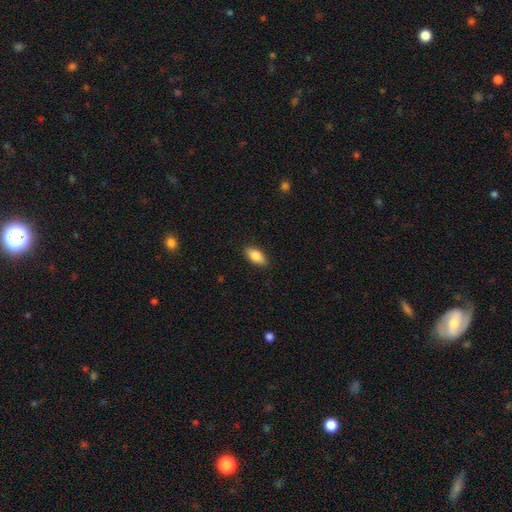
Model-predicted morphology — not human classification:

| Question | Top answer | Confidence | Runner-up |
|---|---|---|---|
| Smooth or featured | smooth | 84% | featured or disk (9%) |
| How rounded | in between | 88% | cigar-shaped (9%) |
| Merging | none | 88% | minor disturbance (9%) |